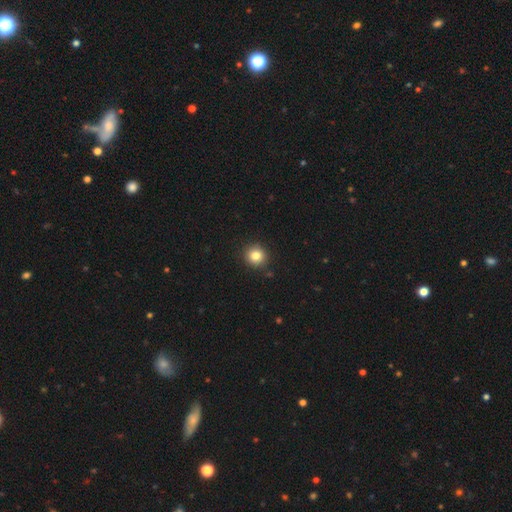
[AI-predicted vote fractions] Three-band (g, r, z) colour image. It shows a smooth galaxy with no disk features (83%) that is round (91%). Merging: none (91%).